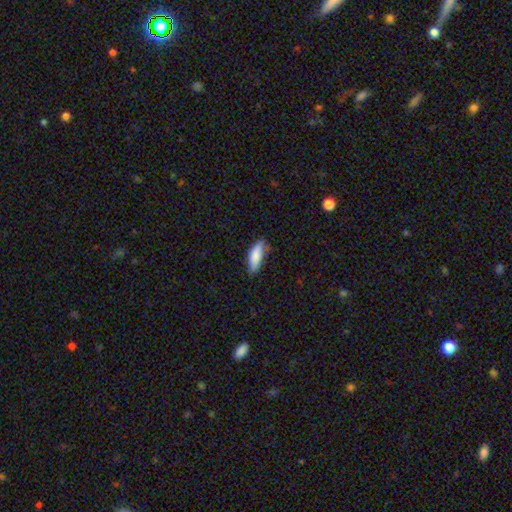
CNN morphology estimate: Smooth or featured? Predicted: smooth (p=0.86). How rounded? Predicted: in between (p=0.59). Merging? Predicted: none (p=0.73).